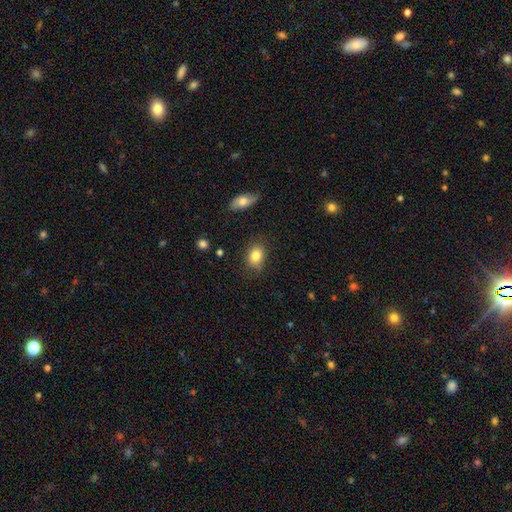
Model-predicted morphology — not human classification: This is clearly a smooth galaxy (83%). How rounded: likely in between (67%). Merging: clearly none (81%).